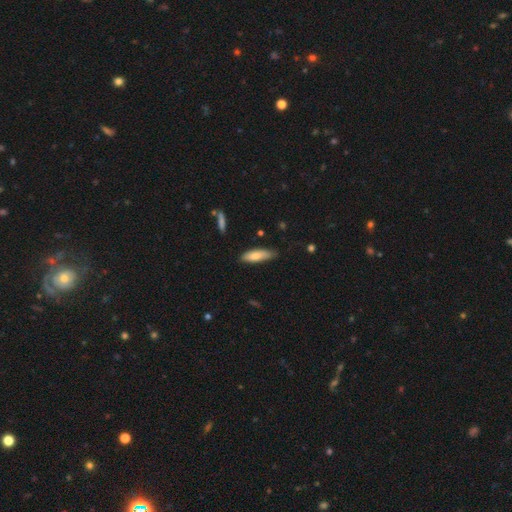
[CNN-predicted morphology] type=smooth (76%); roundness=cigar-shaped (53%); merging=none (73%).